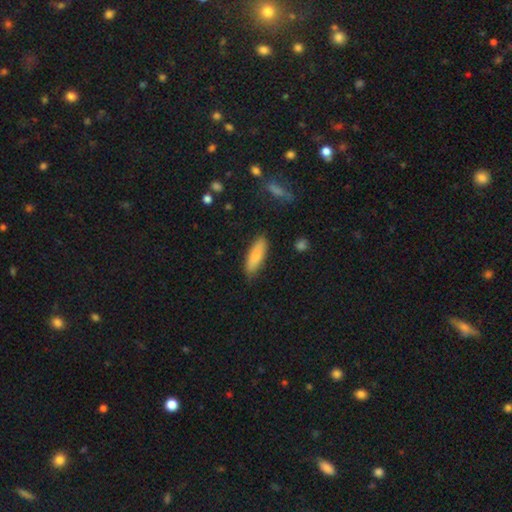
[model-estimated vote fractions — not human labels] A smooth galaxy with no disk features (80%) that is in between round and cigar-shaped (54%). Merging: none (83%).